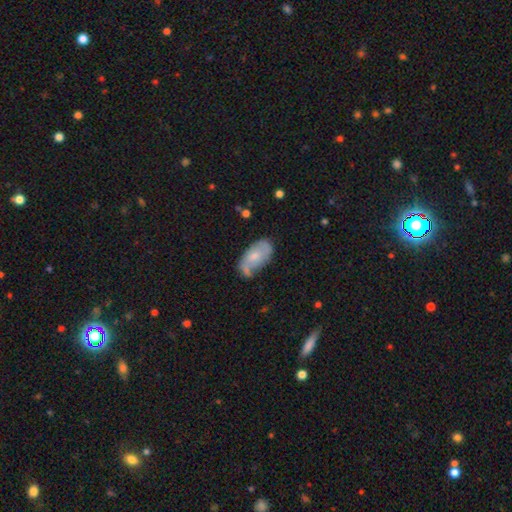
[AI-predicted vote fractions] Smooth or featured? Predicted: smooth (p=0.48). Merging? Predicted: none (p=0.47).